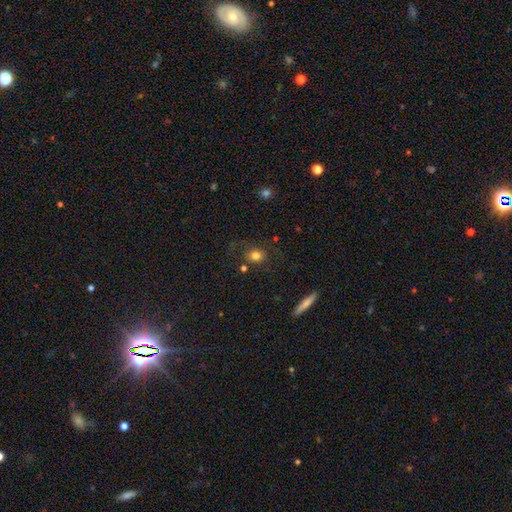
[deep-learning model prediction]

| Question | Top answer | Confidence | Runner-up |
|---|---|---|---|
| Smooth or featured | smooth | 78% | star or artifact (12%) |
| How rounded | round | 63% | in between (35%) |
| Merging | none | 73% | minor disturbance (15%) |